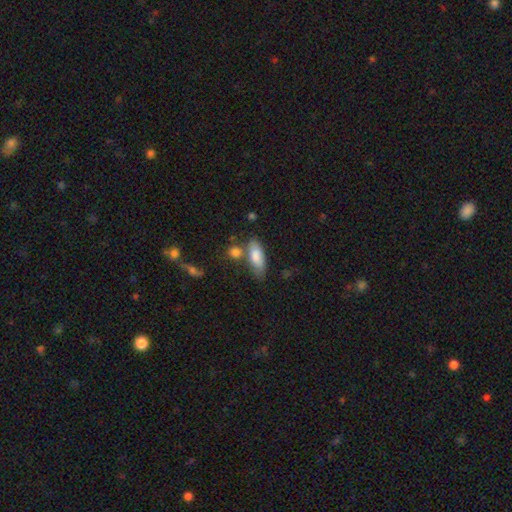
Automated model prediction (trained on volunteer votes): The model was most divided on "merging": none: 57%, minor disturbance: 20%, merger: 16%, major disturbance: 6%. More confident: smooth or featured — smooth (82%); how rounded — in between (74%).